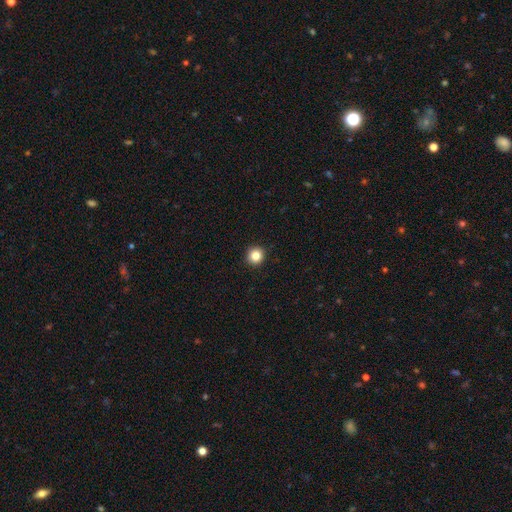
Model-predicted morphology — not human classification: smooth 84%, star or artifact 11%, featured or disk 5%. Down the decision tree: how rounded — round (94%); merging — none (93%).